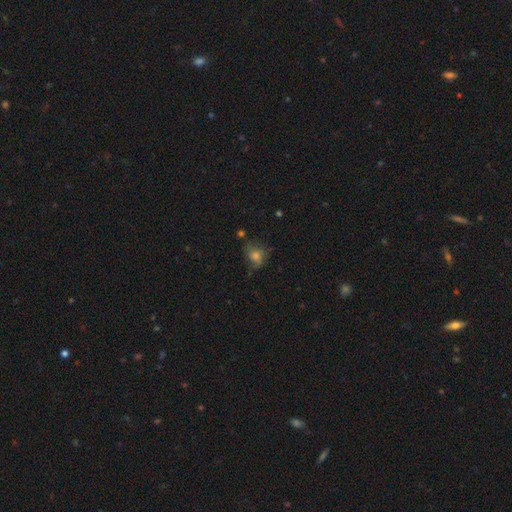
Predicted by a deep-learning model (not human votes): Smooth or featured? smooth (61%)
How rounded? round (56%)
Merging? none (53%)